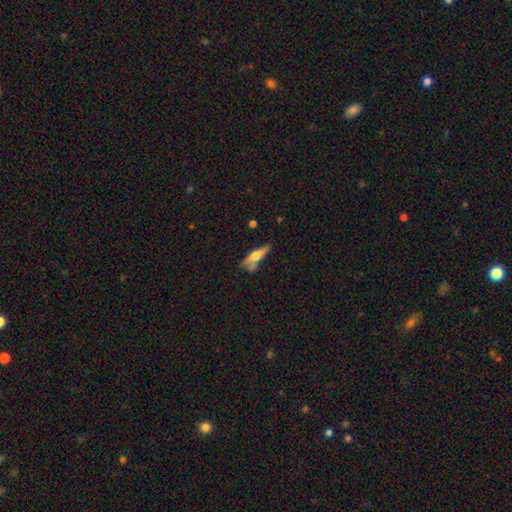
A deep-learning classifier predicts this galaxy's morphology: Smooth or featured: featured or disk — 49% (smooth — 44%)
Merging: none — 51% (minor disturbance — 21%)